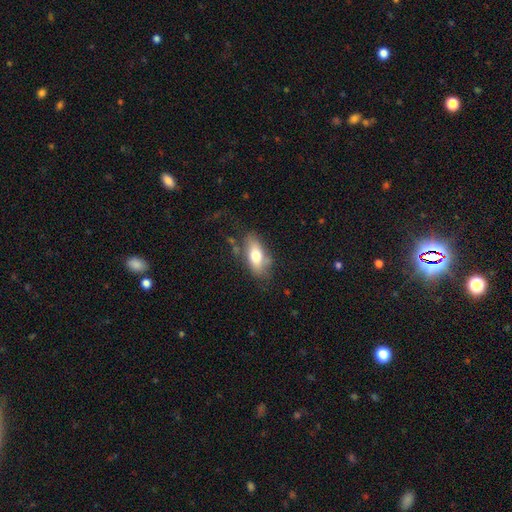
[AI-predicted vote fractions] Overall: smooth (72%). How rounded: in between (85%). Merging: none (67%).